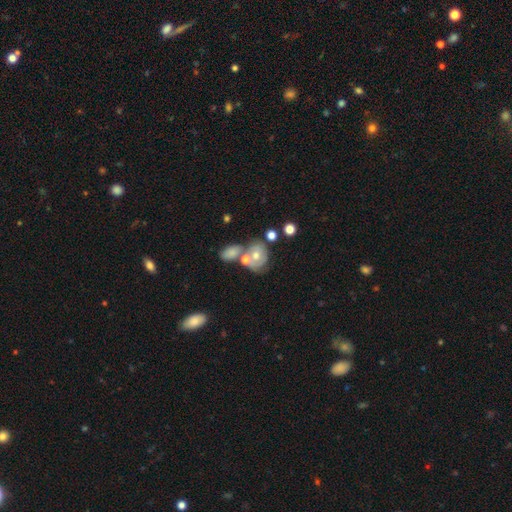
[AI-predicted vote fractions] Smooth or featured: featured or disk — 45% (tied with smooth — 45%)
Merging: merger — 42% (none — 34%)